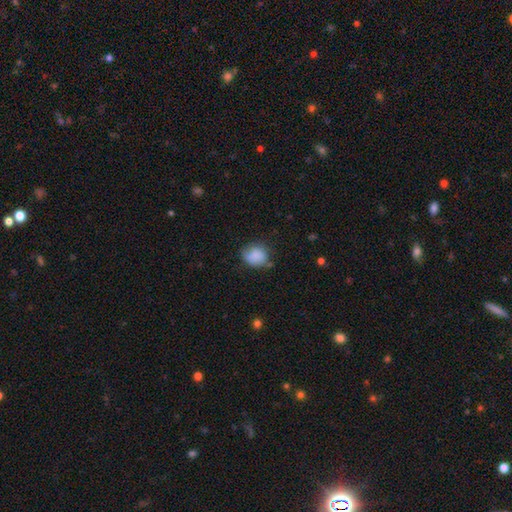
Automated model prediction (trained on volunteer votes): Smooth or featured? Predicted: smooth (p=0.83). How rounded? Predicted: round (p=0.69). Merging? Predicted: none (p=0.59).